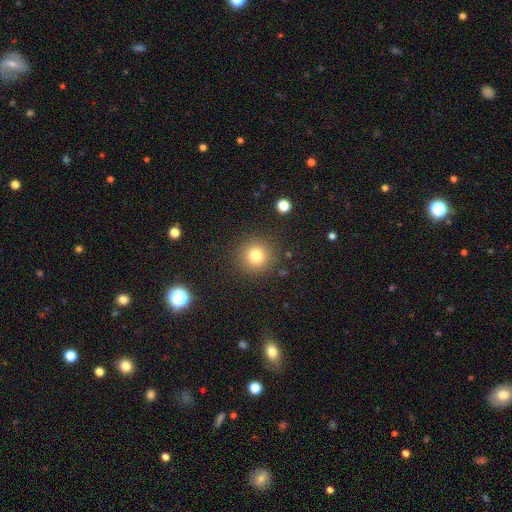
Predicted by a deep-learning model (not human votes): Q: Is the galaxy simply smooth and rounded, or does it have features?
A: smooth — 80%.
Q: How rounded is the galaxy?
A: round — 94%.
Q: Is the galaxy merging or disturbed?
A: none — 88%.